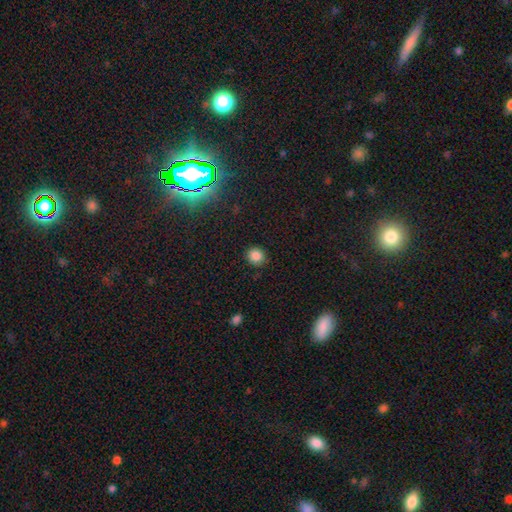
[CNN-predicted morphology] type=smooth (85%); roundness=round (87%); merging=none (88%).